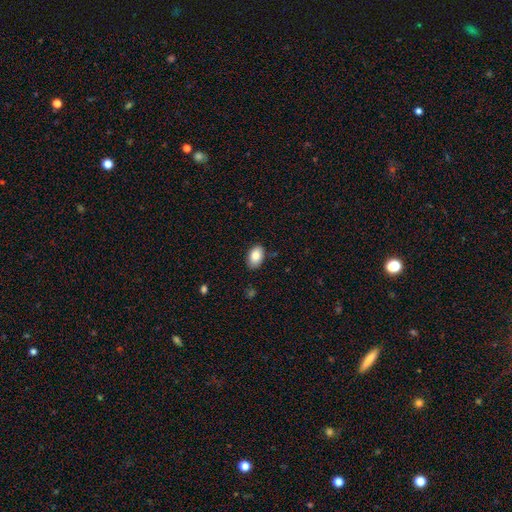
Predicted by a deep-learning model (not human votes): Smooth or featured?
  - smooth: 85% *
  - featured or disk: 8%
  - star or artifact: 7%
How rounded?
  - in between: 90% *
  - round: 9%
  - cigar-shaped: 1%
Merging?
  - none: 84% *
  - minor disturbance: 12%
  - major disturbance: 2%
  - merger: 1%